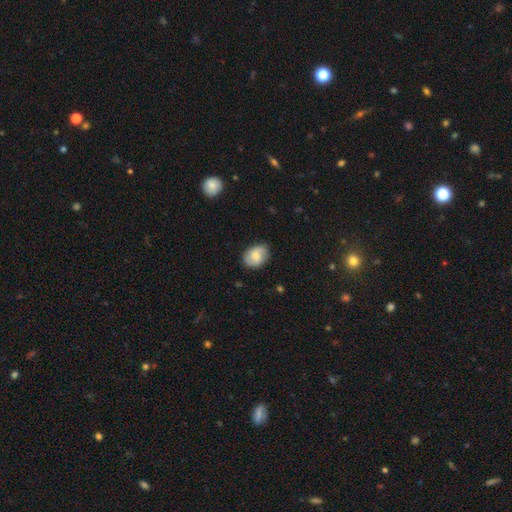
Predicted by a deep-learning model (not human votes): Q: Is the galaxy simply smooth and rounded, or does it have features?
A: smooth — 62%.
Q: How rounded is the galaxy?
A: in between — 64%.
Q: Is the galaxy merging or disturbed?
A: none — 79%.